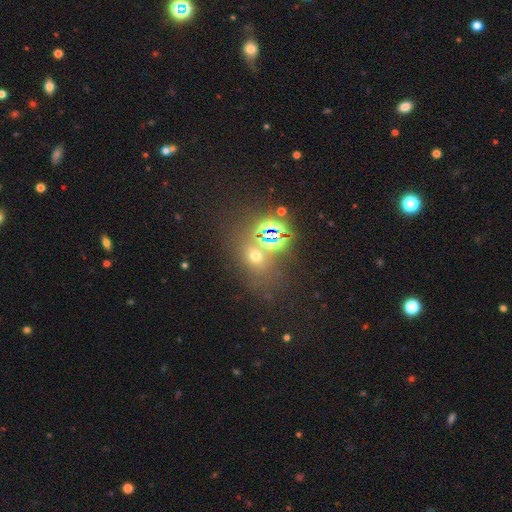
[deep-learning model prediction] smooth_or_featured: star or artifact (p=0.45) [alt: smooth p=0.44]